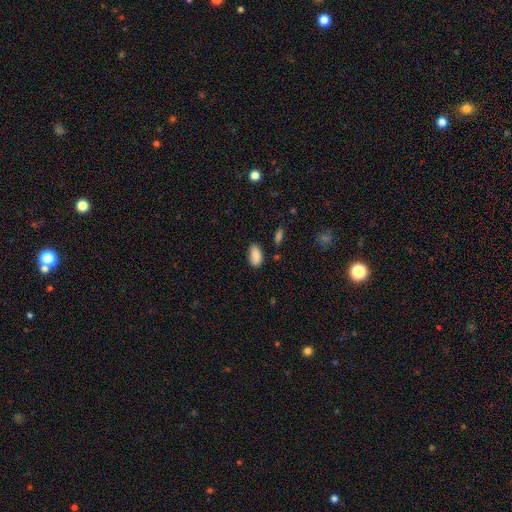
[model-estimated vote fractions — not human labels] This appears to be a smooth galaxy with no disk features (88%) that is in between round and cigar-shaped (93%). Merging: none (77%).